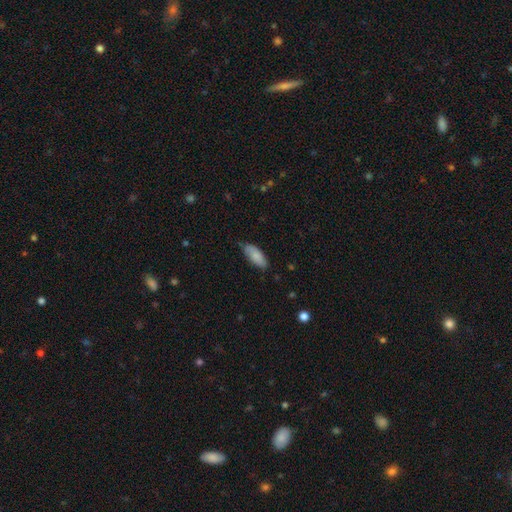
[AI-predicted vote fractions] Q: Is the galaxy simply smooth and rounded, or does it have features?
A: smooth — 84%.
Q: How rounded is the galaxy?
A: in between — 82%.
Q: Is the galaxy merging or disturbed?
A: none — 71%.